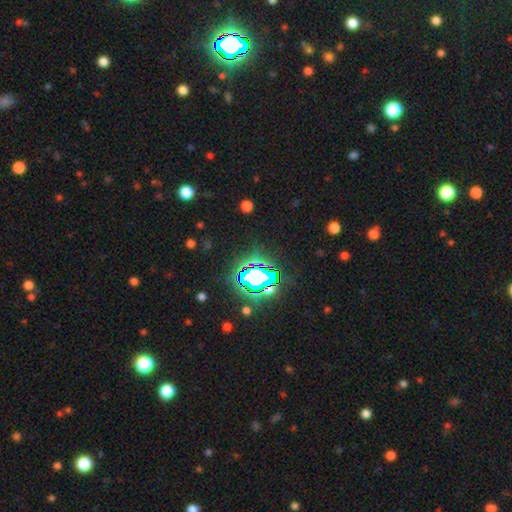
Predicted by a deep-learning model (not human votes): A star or artifact, not a galaxy (81%).